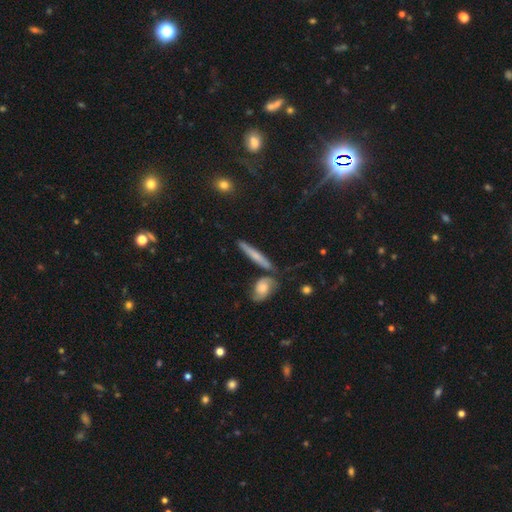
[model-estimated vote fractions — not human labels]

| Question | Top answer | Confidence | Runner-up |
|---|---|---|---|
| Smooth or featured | smooth | 49% | featured or disk (43%) |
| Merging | none | 73% | minor disturbance (13%) |